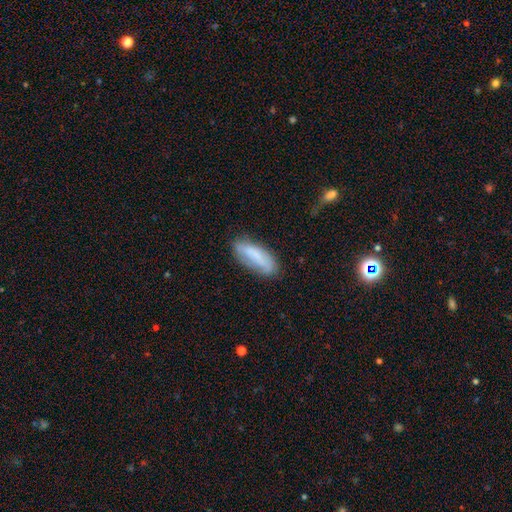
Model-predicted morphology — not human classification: The model was most divided on "how rounded": in between: 67%, cigar-shaped: 32%, round: 2%. More confident: smooth or featured — smooth (70%); merging — none (68%).